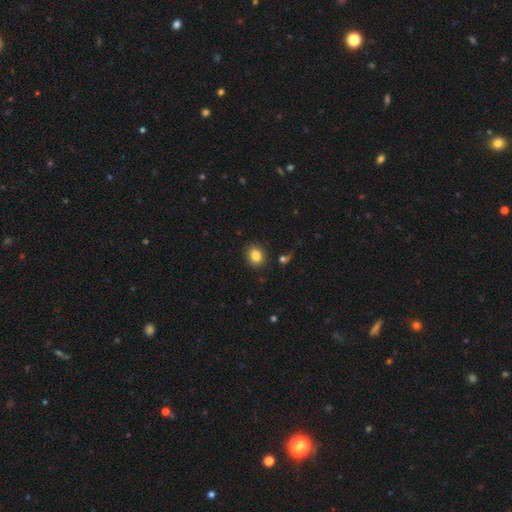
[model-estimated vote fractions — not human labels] Smooth or featured?
  - smooth: 85% *
  - star or artifact: 10%
  - featured or disk: 6%
How rounded?
  - round: 62% *
  - in between: 37%
  - cigar-shaped: 1%
Merging?
  - none: 87% *
  - minor disturbance: 8%
  - merger: 2%
  - major disturbance: 2%